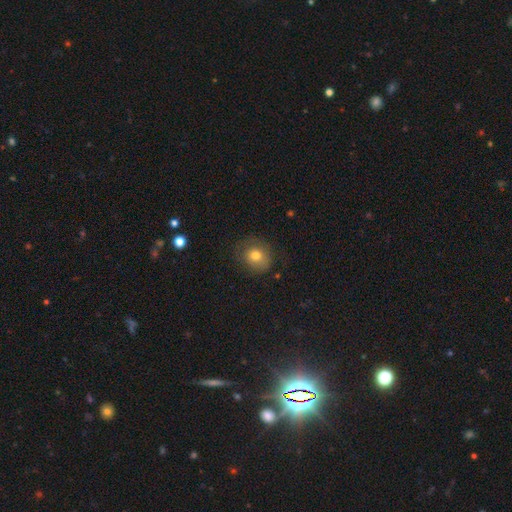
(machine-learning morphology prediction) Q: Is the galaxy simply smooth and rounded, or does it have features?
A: smooth — 75%.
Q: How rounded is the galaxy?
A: round — 75%.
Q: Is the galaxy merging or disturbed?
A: none — 73%.